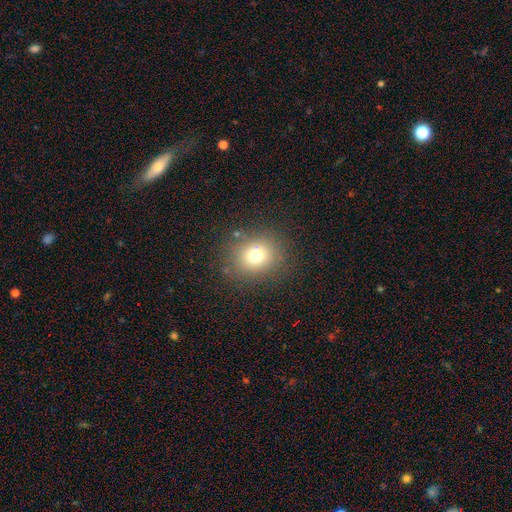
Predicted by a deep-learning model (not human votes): Smooth or featured?
  - smooth: 73% *
  - star or artifact: 17%
  - featured or disk: 10%
How rounded?
  - round: 73% *
  - in between: 26%
  - cigar-shaped: 1%
Merging?
  - none: 84% *
  - minor disturbance: 10%
  - major disturbance: 5%
  - merger: 2%